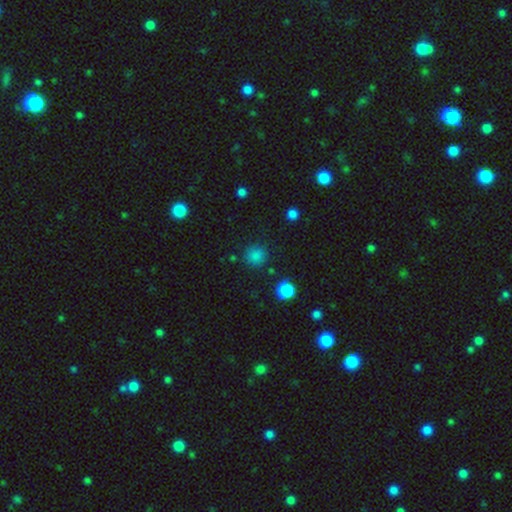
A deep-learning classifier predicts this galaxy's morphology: smooth_or_featured: smooth (p=0.81) [alt: star or artifact p=0.14]
how_rounded: round (p=0.91) [alt: in between p=0.08]
merging: none (p=0.85) [alt: minor disturbance p=0.10]